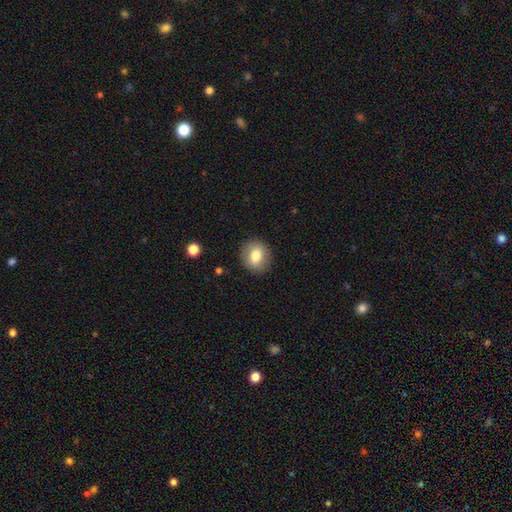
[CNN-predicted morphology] Overall: smooth (79%). How rounded: round (68%; in between 31%). Merging: none (87%).